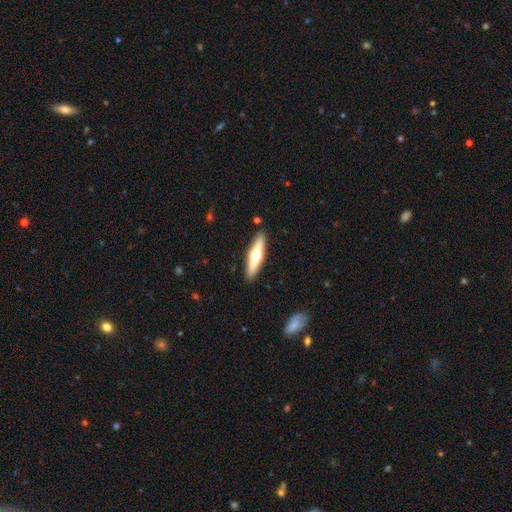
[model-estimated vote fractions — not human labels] Smooth or featured?
  - featured or disk: 50% *
  - smooth: 45%
  - star or artifact: 5%
Merging?
  - none: 90% *
  - minor disturbance: 7%
  - major disturbance: 2%
  - merger: 1%